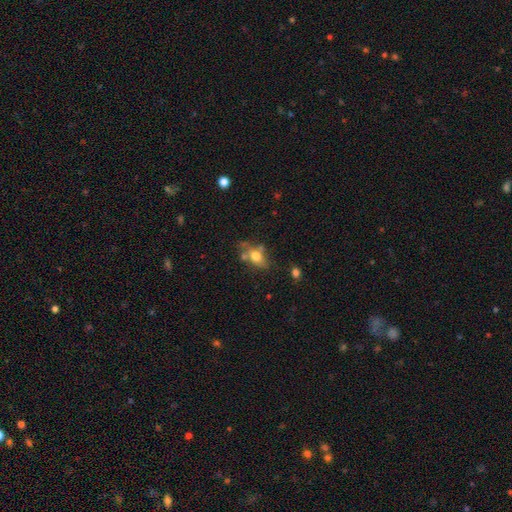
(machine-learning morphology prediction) A smooth galaxy with no disk features (66%) that is in between round and cigar-shaped (70%). Merging: none (50%).